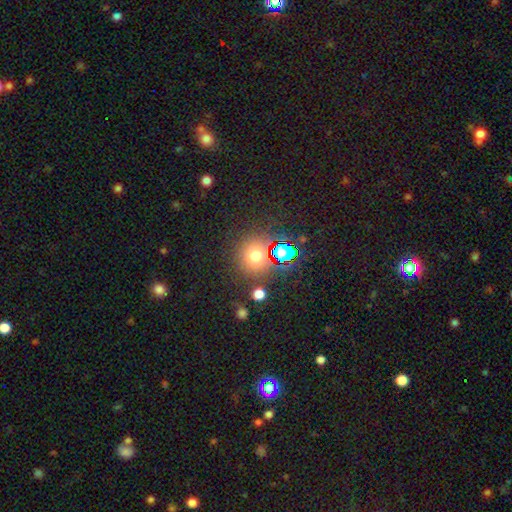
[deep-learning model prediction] This is likely a smooth galaxy (65%). How rounded: clearly round (87%). Merging: likely none (76%).